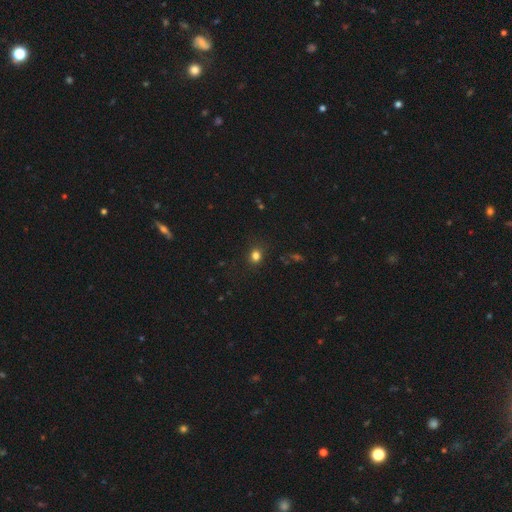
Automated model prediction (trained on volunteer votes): smooth-or-featured: smooth: 79% | star or artifact: 15% | featured or disk: 5%
  how-rounded: round: 71% | in between: 28% | cigar-shaped: 1%
  merging: none: 85% | minor disturbance: 10% | major disturbance: 3% | merger: 1%